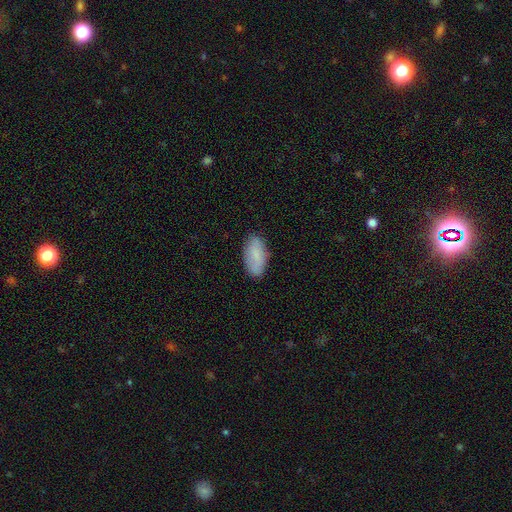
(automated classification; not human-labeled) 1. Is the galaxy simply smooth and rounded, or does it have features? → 81% smooth, 12% featured or disk, 6% star or artifact.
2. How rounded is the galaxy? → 91% in between, 7% cigar-shaped, 2% round.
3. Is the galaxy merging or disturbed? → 82% none, 14% minor disturbance, 3% major disturbance, 1% merger.